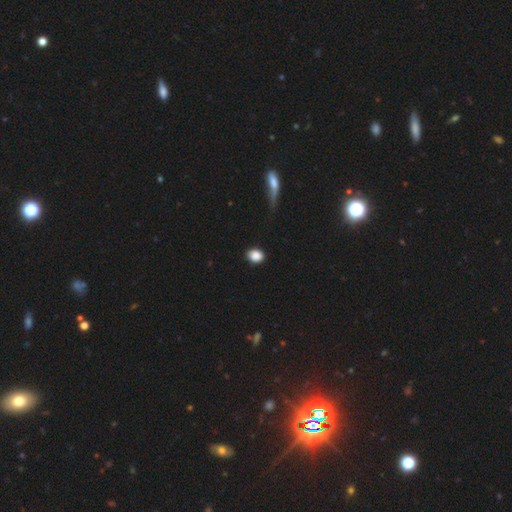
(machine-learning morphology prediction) type=smooth (87%); roundness=in between (51%); merging=none (84%).